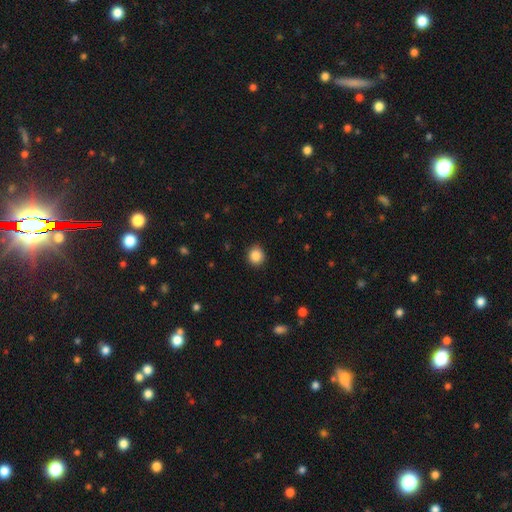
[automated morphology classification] A smooth galaxy with no disk features (87%) that is round (85%).

Vote fractions:
- Smooth or featured? smooth: 87% / star or artifact: 9% / featured or disk: 3%
- How rounded? round: 85% / in between: 14% / cigar-shaped: 1%
- Merging? none: 89% / minor disturbance: 8% / major disturbance: 2% / merger: 1%